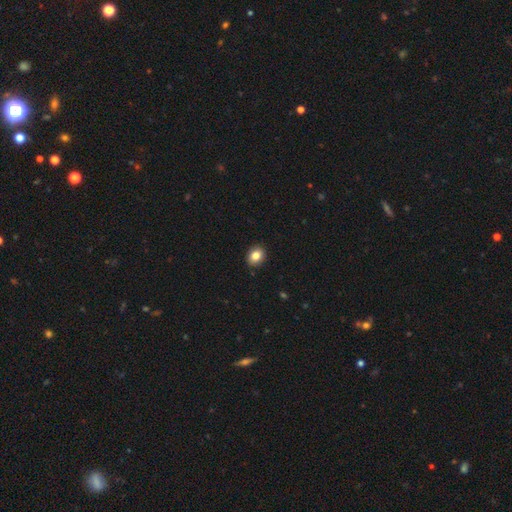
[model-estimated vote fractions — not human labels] smooth_or_featured: smooth (p=0.84) [alt: star or artifact p=0.09]
how_rounded: round (p=0.52) [alt: in between p=0.47]
merging: none (p=0.91) [alt: minor disturbance p=0.06]